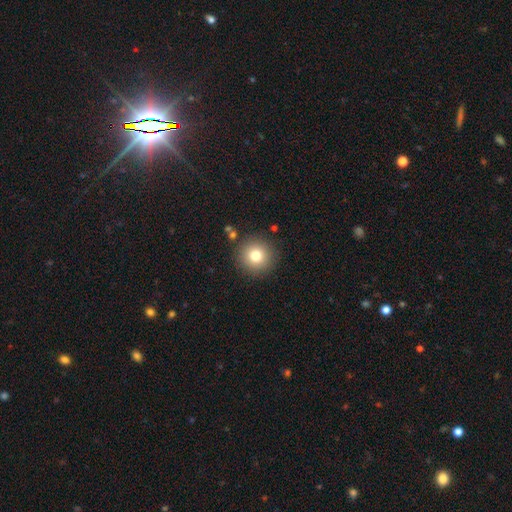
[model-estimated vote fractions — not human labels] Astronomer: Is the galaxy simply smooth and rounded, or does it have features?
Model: smooth — 79%.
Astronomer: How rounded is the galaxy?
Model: round — 94%.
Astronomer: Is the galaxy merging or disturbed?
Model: none — 88%.